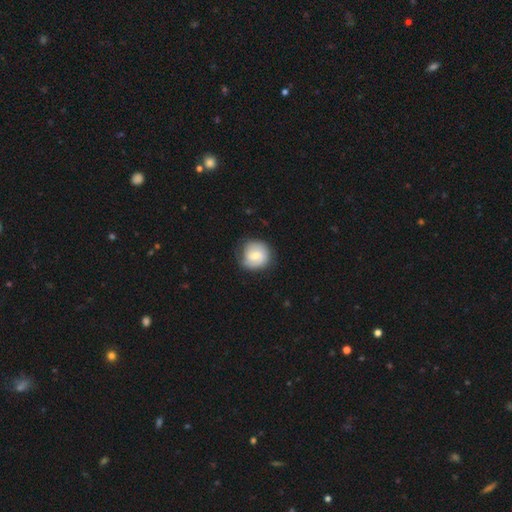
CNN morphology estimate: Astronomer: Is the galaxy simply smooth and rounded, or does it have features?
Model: featured or disk — 50% (runner-up: smooth, 43%).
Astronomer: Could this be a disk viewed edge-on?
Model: no — 98%.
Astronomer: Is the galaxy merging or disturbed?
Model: none — 76%.